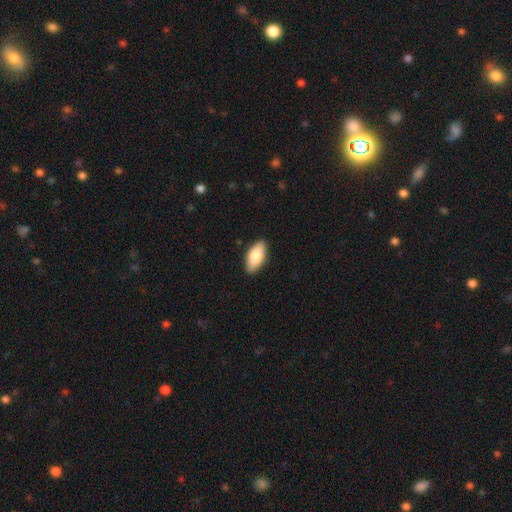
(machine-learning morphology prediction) Smooth or featured? smooth (83%)
How rounded? in between (91%)
Merging? none (87%)